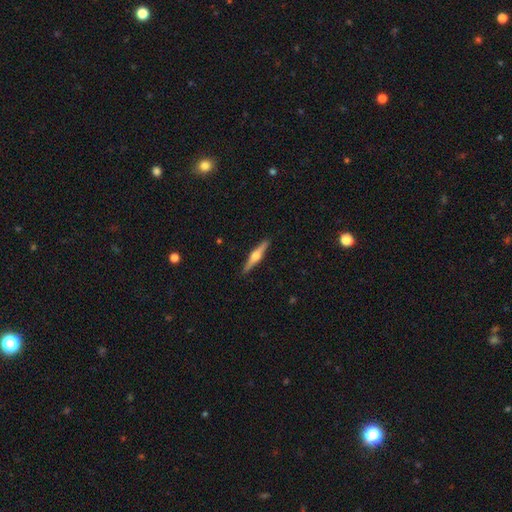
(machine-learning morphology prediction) A featured or disk galaxy (71%) viewed edge-on (98%) with a rounded central bulge (94%).

Vote fractions:
- Smooth or featured? featured or disk: 71% / smooth: 24% / star or artifact: 5%
- Edge-on disk? yes: 98% / no: 2%
- Edge-on bulge? rounded: 94% / boxy: 4% / none: 2%
- Merging? none: 91% / minor disturbance: 6% / major disturbance: 1% / merger: 1%